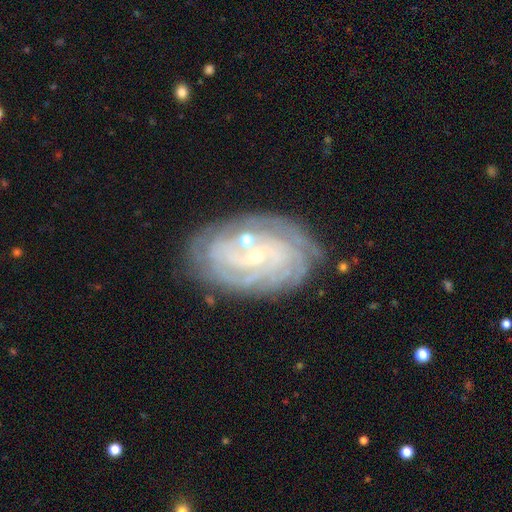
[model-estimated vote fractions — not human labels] Overall: featured or disk (83%). Edge-on disk: no (96%). Bar: no (62%; weak 29%). Spiral arms: yes (95%). Spiral arm count: can't tell (36%; 4 19%). Spiral winding: tight (79%). Bulge size: small (80%). Merging: none (76%).